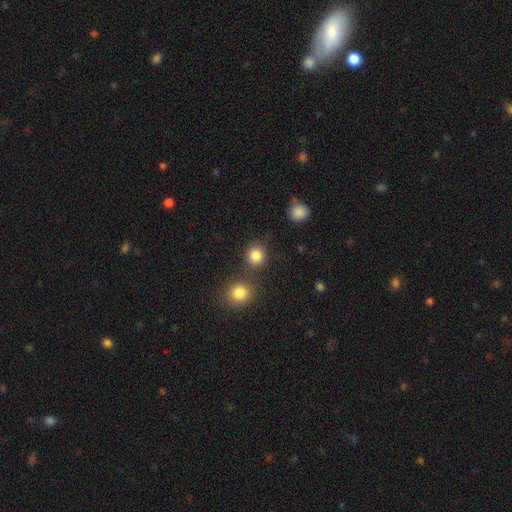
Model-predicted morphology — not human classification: smooth_or_featured: smooth (p=0.86) [alt: star or artifact p=0.11]
how_rounded: round (p=0.87) [alt: in between p=0.12]
merging: none (p=0.78) [alt: merger p=0.11]